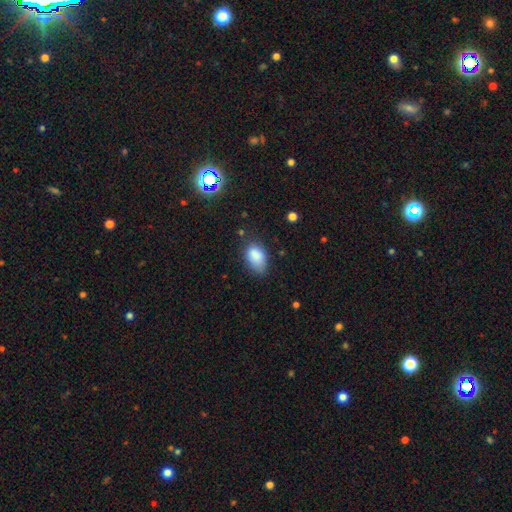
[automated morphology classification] A smooth galaxy with no disk features (86%) that is in between round and cigar-shaped (90%). Merging: none (62%).